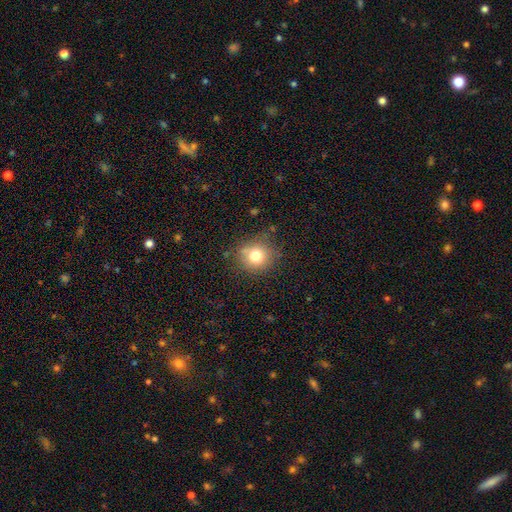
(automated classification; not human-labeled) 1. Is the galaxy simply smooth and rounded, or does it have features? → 76% smooth, 13% star or artifact, 11% featured or disk.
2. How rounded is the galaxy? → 86% round, 13% in between, 1% cigar-shaped.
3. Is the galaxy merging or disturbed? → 77% none, 15% minor disturbance, 4% major disturbance, 3% merger.